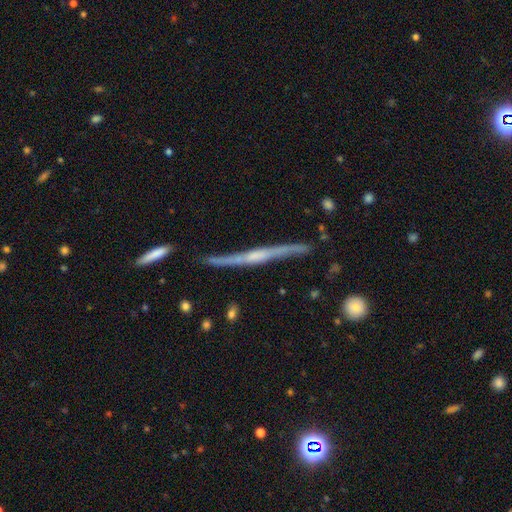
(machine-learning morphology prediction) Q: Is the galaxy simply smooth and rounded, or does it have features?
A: featured or disk — 80%.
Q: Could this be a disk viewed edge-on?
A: yes — 94%.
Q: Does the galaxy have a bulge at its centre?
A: rounded — 53%.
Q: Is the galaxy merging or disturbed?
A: none — 77%.